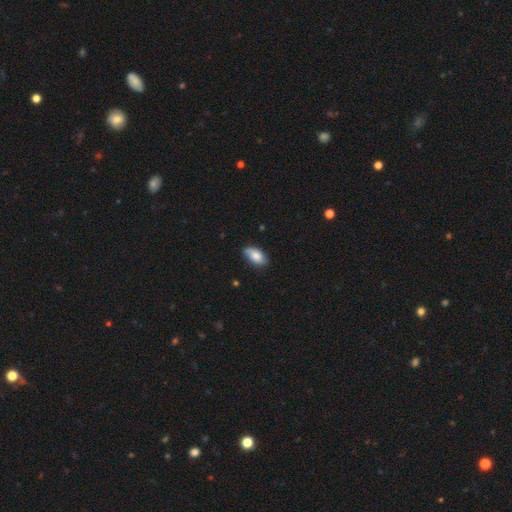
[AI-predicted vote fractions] Morphology: type=smooth (75%); roundness=in between (92%); merging=none (74%).